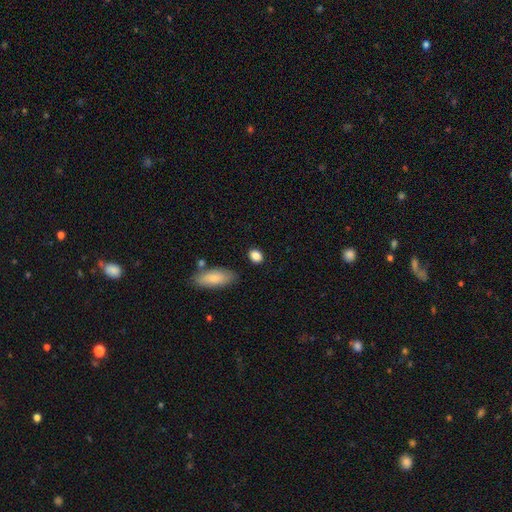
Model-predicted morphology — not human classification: A smooth galaxy with no disk features (86%) that is in between round and cigar-shaped (60%).

Vote fractions:
- Smooth or featured? smooth: 86% / star or artifact: 8% / featured or disk: 5%
- How rounded? in between: 60% / round: 37% / cigar-shaped: 3%
- Merging? none: 82% / minor disturbance: 12% / major disturbance: 3% / merger: 3%